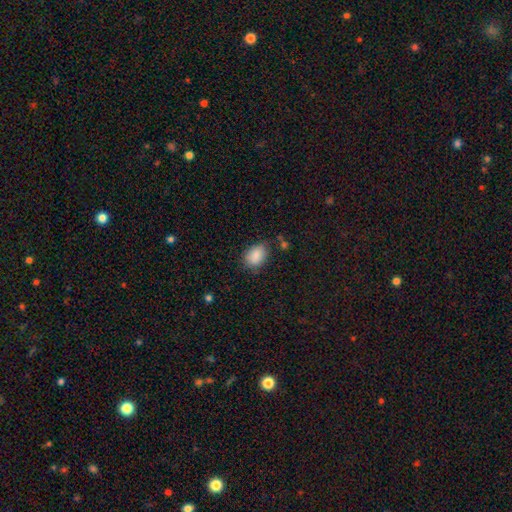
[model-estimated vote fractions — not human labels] Smooth or featured?
  - smooth: 88% *
  - star or artifact: 7%
  - featured or disk: 5%
How rounded?
  - in between: 79% *
  - round: 20%
  - cigar-shaped: 1%
Merging?
  - none: 72% *
  - minor disturbance: 21%
  - major disturbance: 5%
  - merger: 3%